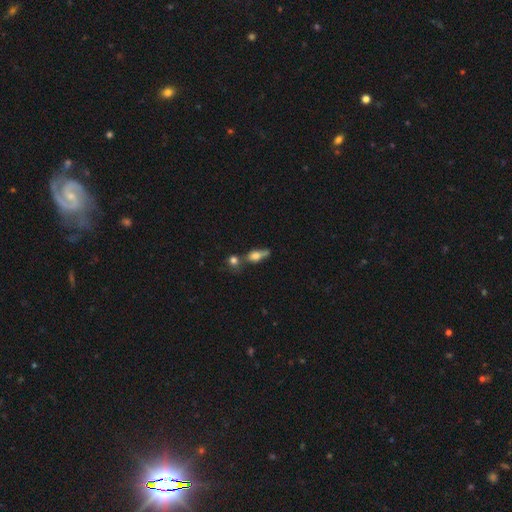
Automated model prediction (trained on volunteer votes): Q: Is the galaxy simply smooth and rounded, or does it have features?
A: smooth — 63%.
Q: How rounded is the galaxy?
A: in between — 57%.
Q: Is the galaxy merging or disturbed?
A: merger — 39%.